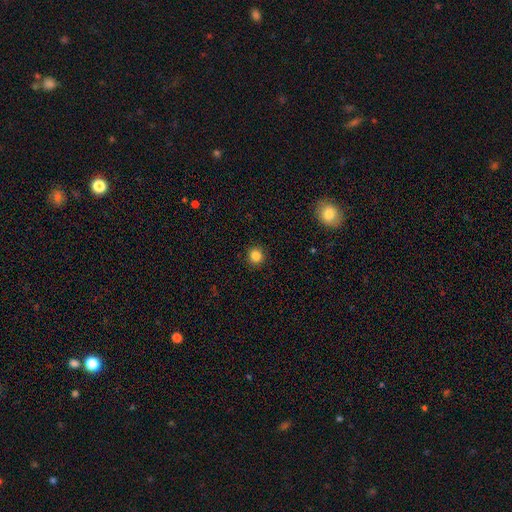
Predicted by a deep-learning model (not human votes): Q: Smooth or featured?
A: smooth (84%); runner-up: star or artifact (11%)
Q: How rounded?
A: round (93%); runner-up: in between (6%)
Q: Merging?
A: none (92%); runner-up: minor disturbance (5%)